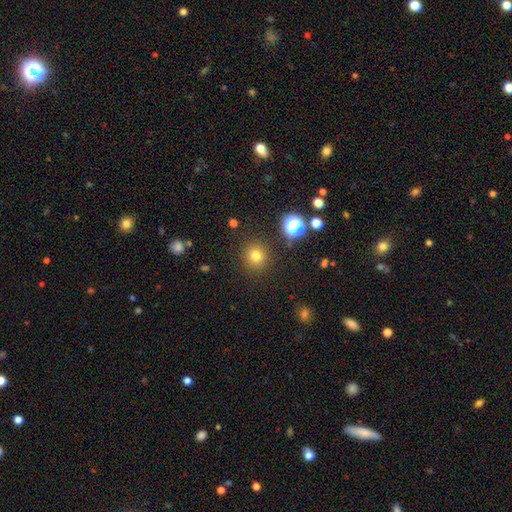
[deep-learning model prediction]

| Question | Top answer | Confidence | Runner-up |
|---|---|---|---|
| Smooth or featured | smooth | 78% | star or artifact (16%) |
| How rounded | round | 92% | in between (7%) |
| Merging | none | 88% | minor disturbance (7%) |